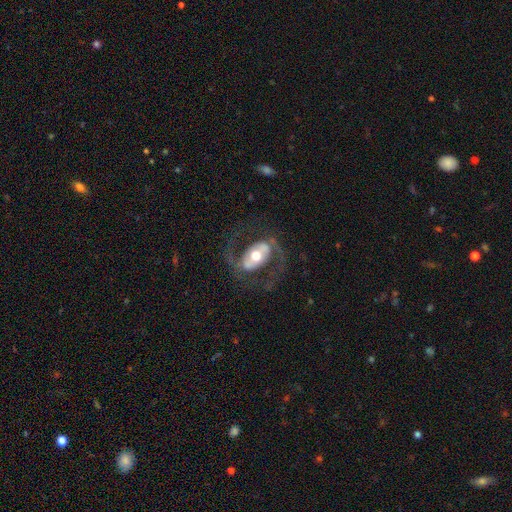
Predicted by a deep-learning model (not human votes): This is clearly a featured or disk galaxy (80%). It is clearly not viewed edge-on (95%). Bar: marginally no (35%). Spiral arm pattern: clearly yes (81%). Spiral arm count: clearly 2 (90%). Spiral winding: possibly medium (52%). Central bulge: likely moderate (67%). Merging: likely none (69%).